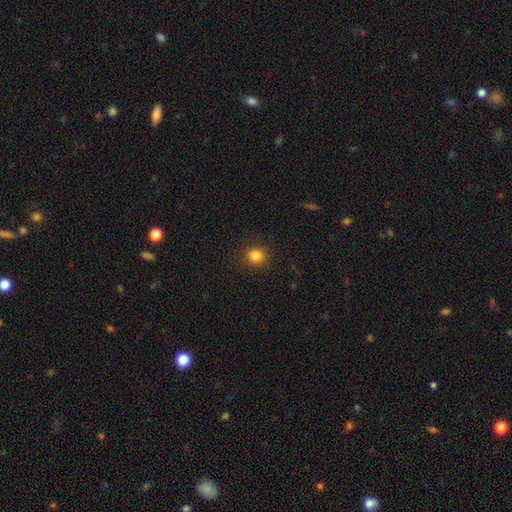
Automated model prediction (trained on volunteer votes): Overall: smooth (83%). How rounded: round (91%). Merging: none (91%).